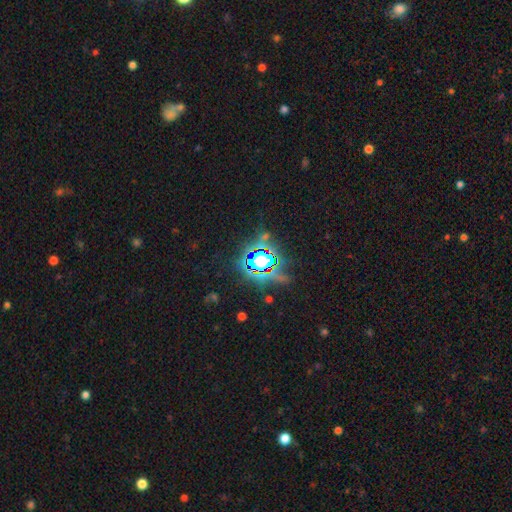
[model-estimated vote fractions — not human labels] Smooth or featured?
  - star or artifact: 71% *
  - smooth: 17%
  - featured or disk: 12%